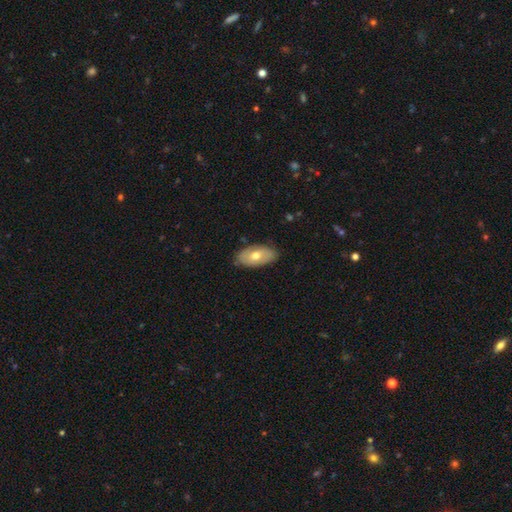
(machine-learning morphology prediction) A smooth galaxy with no disk features (62%) that is in between round and cigar-shaped (93%). Merging: none (80%).